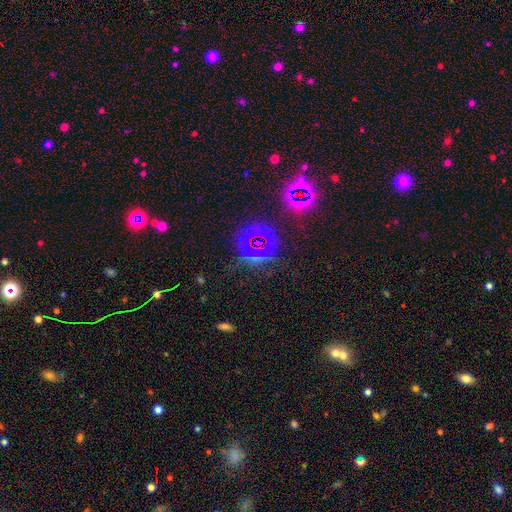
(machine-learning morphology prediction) The model was most divided on "smooth or featured": star or artifact: 80%, smooth: 12%, featured or disk: 8%.